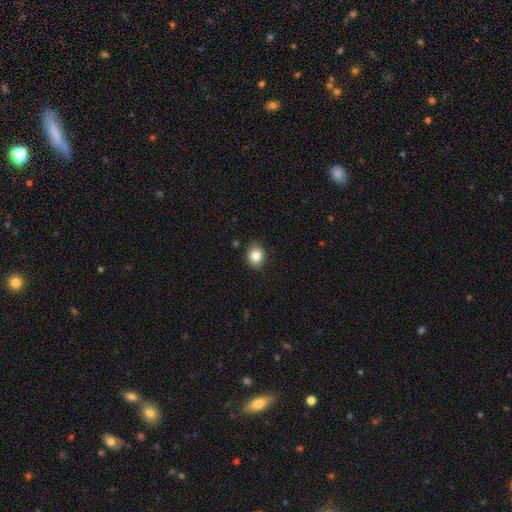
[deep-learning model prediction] Smooth or featured: smooth — 83% (star or artifact — 10%)
How rounded: round — 50% (in between — 49%)
Merging: none — 85% (minor disturbance — 12%)